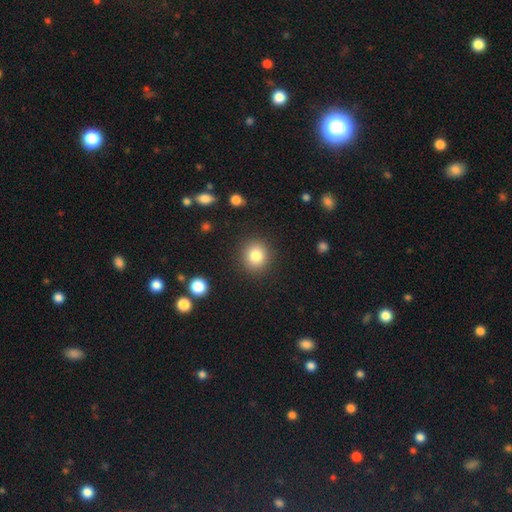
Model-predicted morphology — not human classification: Overall: smooth (82%). How rounded: round (85%). Merging: none (89%).